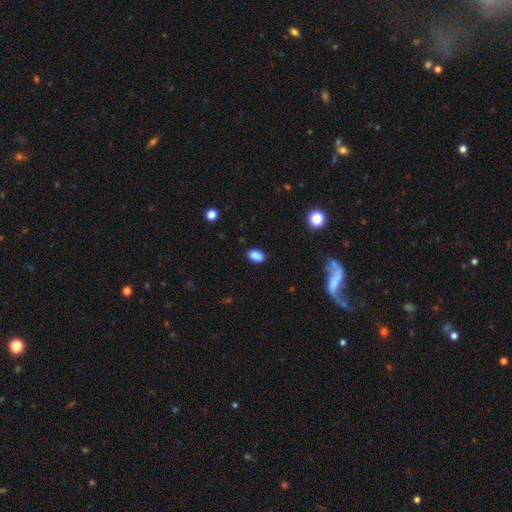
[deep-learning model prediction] This appears to be a smooth galaxy with no disk features (87%) that is in between round and cigar-shaped (87%). Merging: none (87%).